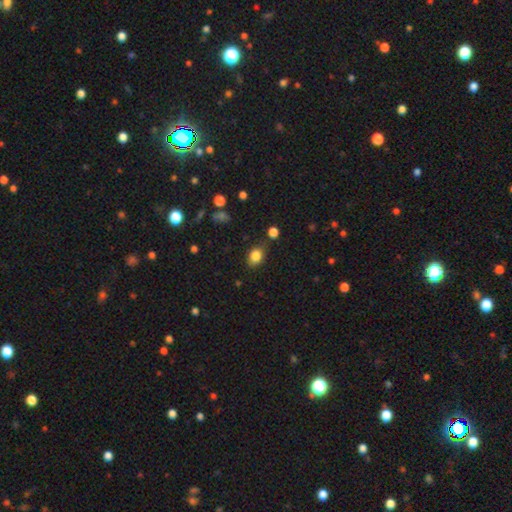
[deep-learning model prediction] This is clearly a smooth galaxy (83%). How rounded: likely in between (70%). Merging: likely none (76%).